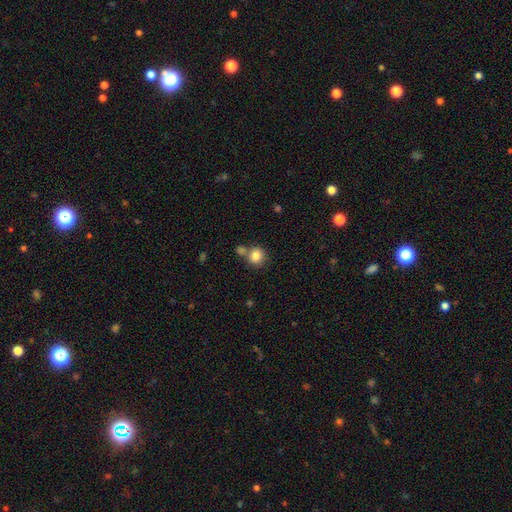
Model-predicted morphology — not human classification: The model was most divided on "merging": none: 57%, merger: 28%, minor disturbance: 11%, major disturbance: 4%. More confident: how rounded — round (83%); smooth or featured — smooth (83%).